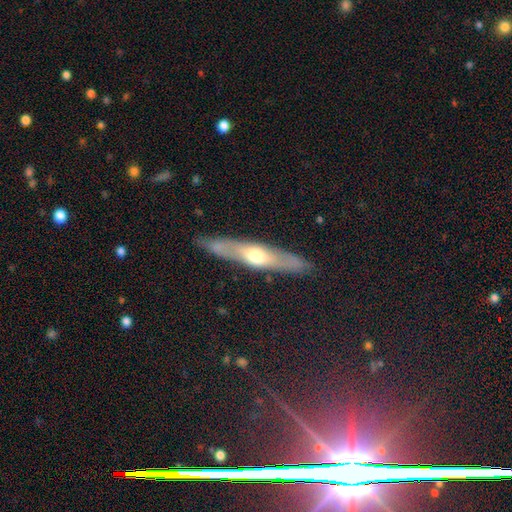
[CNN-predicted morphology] Smooth or featured? featured or disk (60%)
Edge-on disk? yes (81%)
Merging? none (87%)